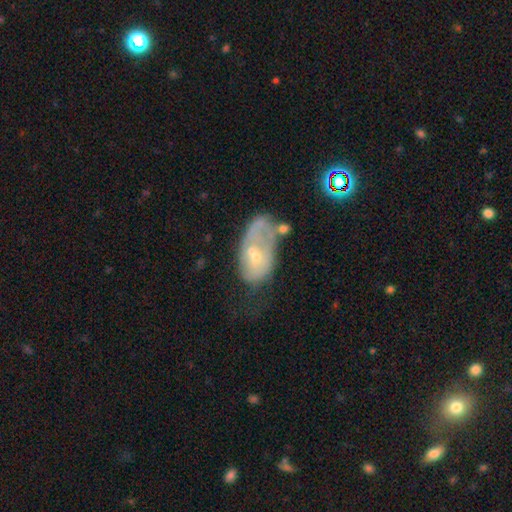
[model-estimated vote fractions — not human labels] smooth-or-featured: featured or disk: 56% | smooth: 34% | star or artifact: 10%
  disk-edge-on: no: 94% | yes: 6%
    bar: no: 73% | weak: 23% | strong: 4%
    has-spiral-arms: no: 58% | yes: 42%
    bulge-size: small: 60% | moderate: 31% | none: 6% | large: 2% | dominant: 1%
  merging: major disturbance: 34% | minor disturbance: 26% | none: 25% | merger: 16%